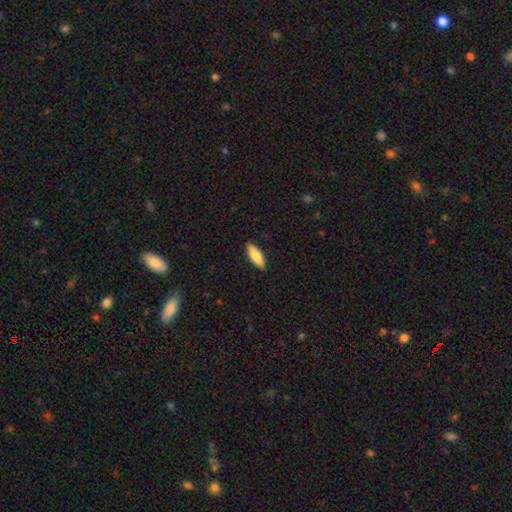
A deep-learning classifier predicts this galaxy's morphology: Smooth or featured?
  - smooth: 73% *
  - featured or disk: 21%
  - star or artifact: 6%
How rounded?
  - in between: 60% *
  - cigar-shaped: 38%
  - round: 2%
Merging?
  - none: 89% *
  - minor disturbance: 9%
  - major disturbance: 2%
  - merger: 1%